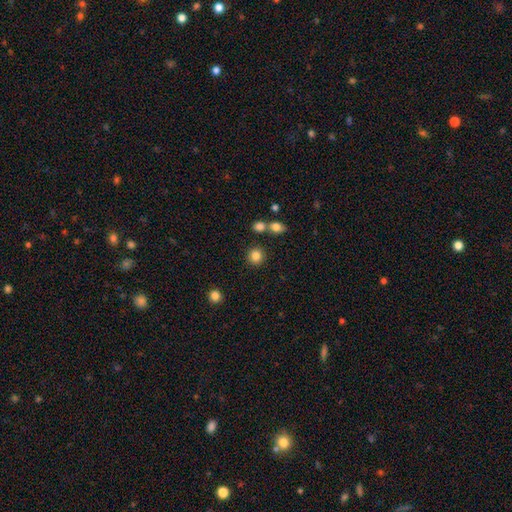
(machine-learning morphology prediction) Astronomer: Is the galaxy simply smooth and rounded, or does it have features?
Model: smooth — 84%.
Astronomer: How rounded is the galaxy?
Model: round — 90%.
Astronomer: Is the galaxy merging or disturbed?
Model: none — 83%.